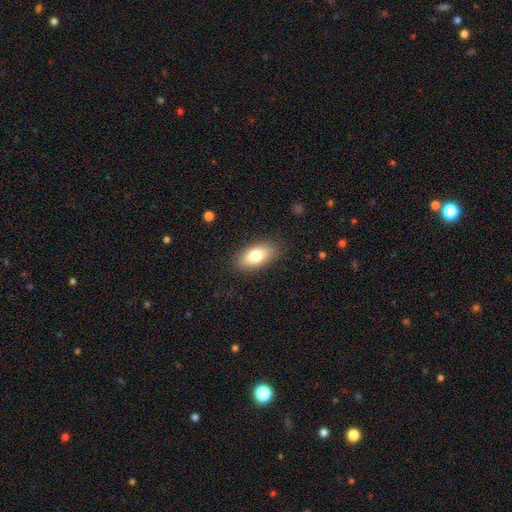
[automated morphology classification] smooth 79%, featured or disk 14%, star or artifact 7%. Down the decision tree: how rounded — in between (90%); merging — none (87%).